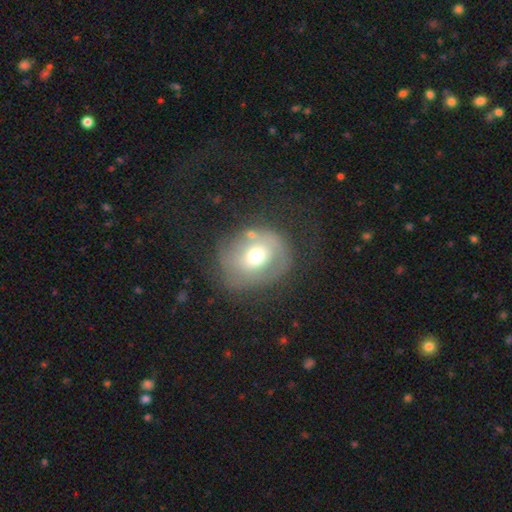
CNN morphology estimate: Smooth or featured? Predicted: featured or disk (p=0.51). Edge-on disk? Predicted: no (p=0.96). Merging? Predicted: none (p=0.58).